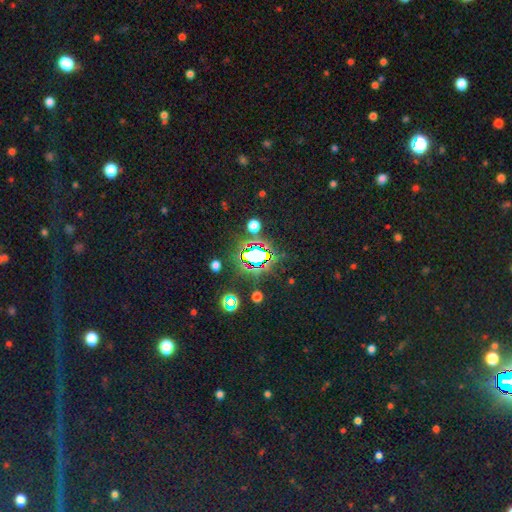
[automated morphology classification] Q: Smooth or featured?
A: star or artifact (67%); runner-up: smooth (21%)